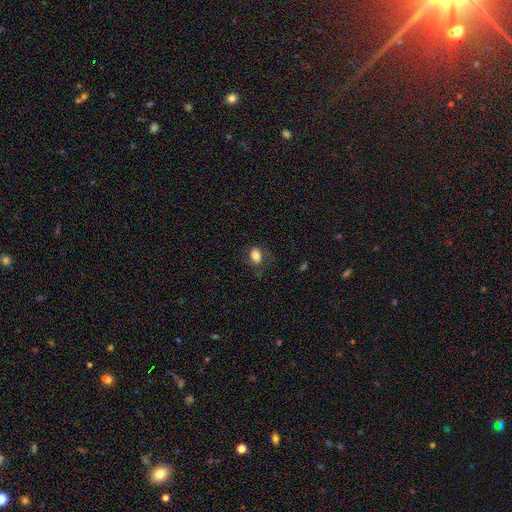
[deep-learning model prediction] The model was most divided on "merging": none: 65%, minor disturbance: 20%, major disturbance: 13%, merger: 2%. More confident: smooth or featured — smooth (77%); how rounded — in between (75%).